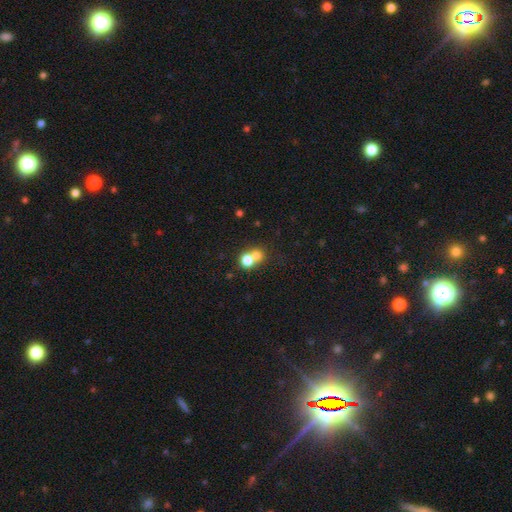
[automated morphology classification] Smooth or featured?
  - smooth: 73% *
  - featured or disk: 14%
  - star or artifact: 14%
How rounded?
  - round: 80% *
  - in between: 19%
  - cigar-shaped: 1%
Merging?
  - merger: 58% *
  - none: 34%
  - minor disturbance: 5%
  - major disturbance: 3%